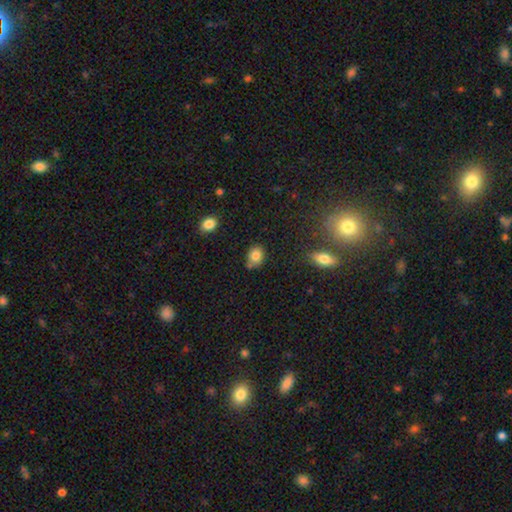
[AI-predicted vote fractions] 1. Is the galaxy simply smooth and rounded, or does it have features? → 81% smooth, 11% star or artifact, 8% featured or disk.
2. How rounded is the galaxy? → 53% round, 46% in between, 1% cigar-shaped.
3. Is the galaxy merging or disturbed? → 65% none, 20% minor disturbance, 12% merger, 4% major disturbance.